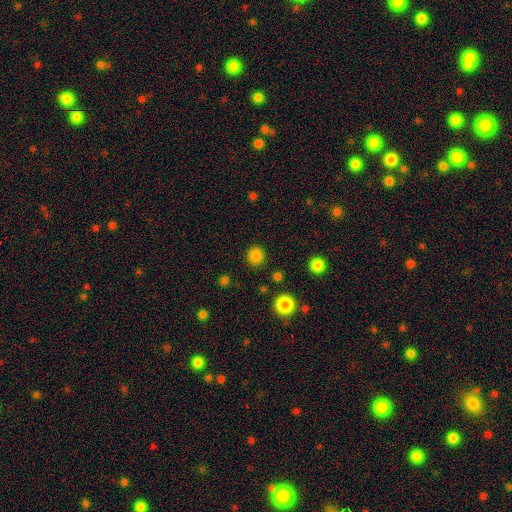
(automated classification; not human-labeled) This is clearly a smooth galaxy (83%). How rounded: clearly round (92%). Merging: clearly none (90%).